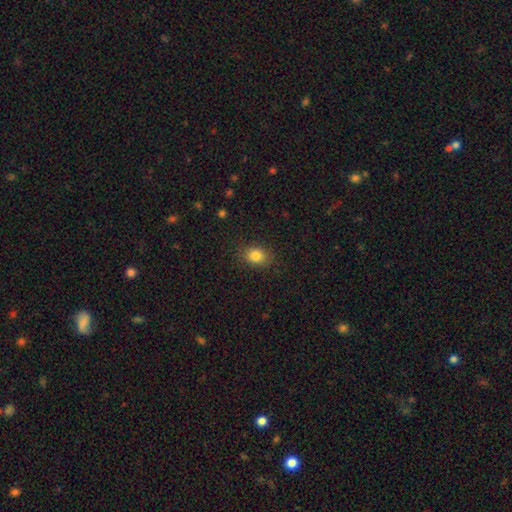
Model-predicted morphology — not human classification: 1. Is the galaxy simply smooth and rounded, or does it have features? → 83% smooth, 11% star or artifact, 6% featured or disk.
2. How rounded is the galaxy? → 58% in between, 41% round, 1% cigar-shaped.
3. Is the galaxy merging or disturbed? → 86% none, 10% minor disturbance, 3% major disturbance, 1% merger.